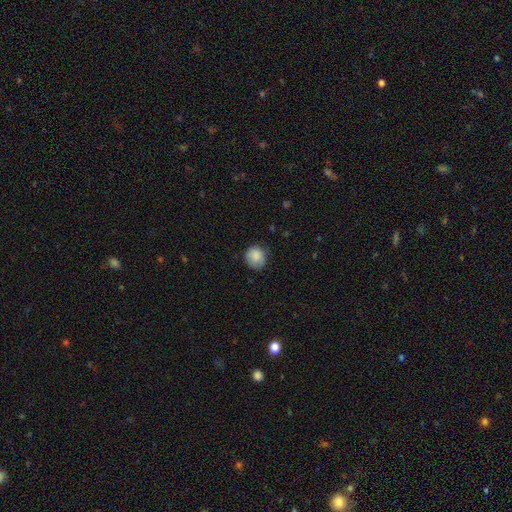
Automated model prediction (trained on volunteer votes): The model was most divided on "merging": none: 76%, minor disturbance: 19%, major disturbance: 4%, merger: 1%. More confident: smooth or featured — smooth (86%); how rounded — round (84%).